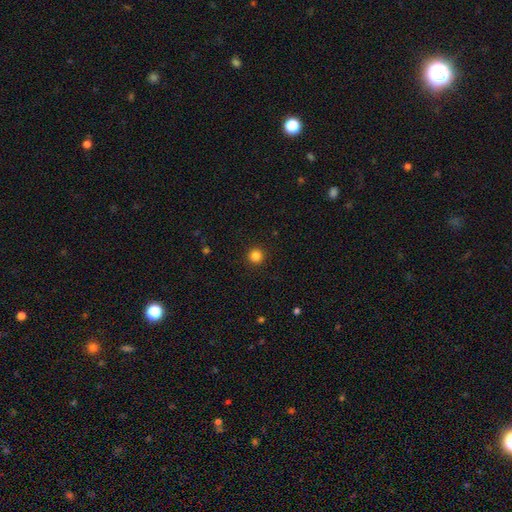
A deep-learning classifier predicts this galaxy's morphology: smooth-or-featured: smooth: 84% | star or artifact: 12% | featured or disk: 4%
  how-rounded: round: 96% | in between: 3% | cigar-shaped: 1%
  merging: none: 93% | minor disturbance: 4% | major disturbance: 2% | merger: 1%